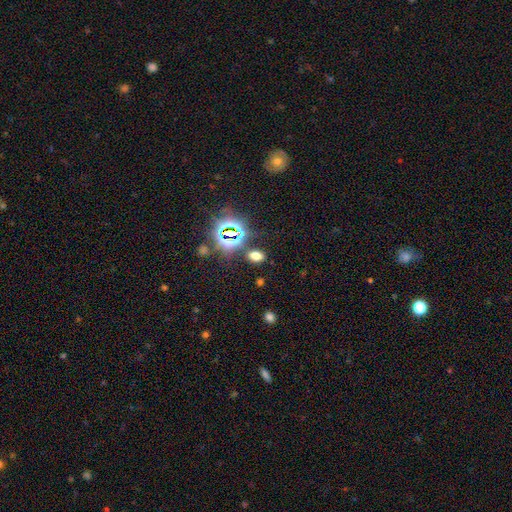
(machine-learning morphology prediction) Smooth or featured? Predicted: smooth (p=0.61). How rounded? Predicted: in between (p=0.82). Merging? Predicted: none (p=0.83).